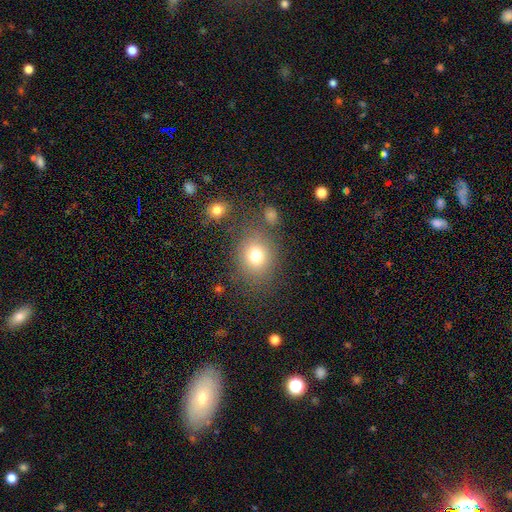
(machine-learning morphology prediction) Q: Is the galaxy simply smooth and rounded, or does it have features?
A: smooth — 76%.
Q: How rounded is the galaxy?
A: round — 62%.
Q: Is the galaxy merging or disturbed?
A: none — 75%.